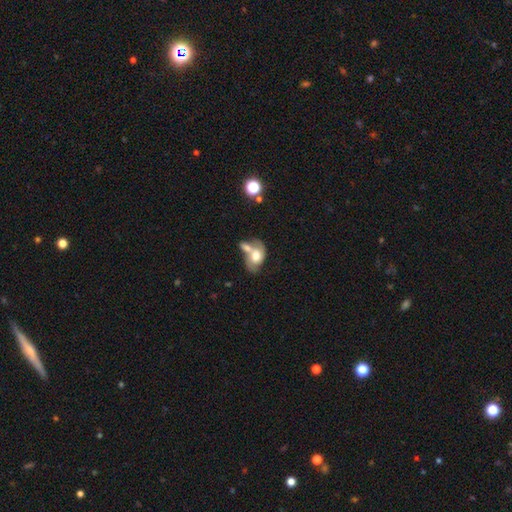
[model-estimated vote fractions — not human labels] A smooth galaxy with no disk features (48%).

Vote fractions:
- Smooth or featured? smooth: 48% / featured or disk: 44% / star or artifact: 8%
- Merging? merger: 60% / none: 19% / minor disturbance: 12% / major disturbance: 10%